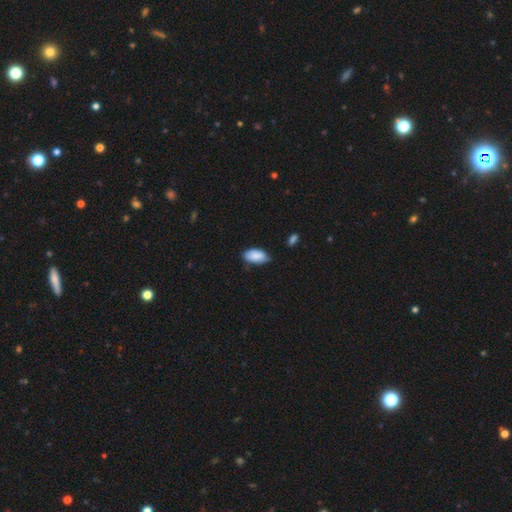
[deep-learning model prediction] Morphology: type=smooth (86%); roundness=in between (94%); merging=none (65%).